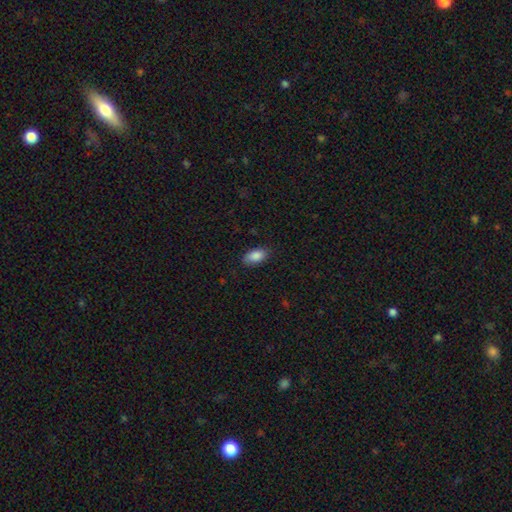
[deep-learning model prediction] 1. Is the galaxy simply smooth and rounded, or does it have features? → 88% smooth, 7% star or artifact, 5% featured or disk.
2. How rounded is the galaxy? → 93% in between, 4% round, 3% cigar-shaped.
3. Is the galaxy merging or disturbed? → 84% none, 13% minor disturbance, 3% major disturbance, 1% merger.